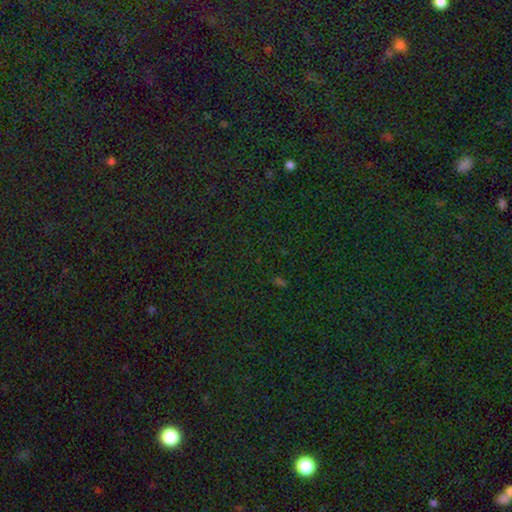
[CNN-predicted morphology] smooth-or-featured: star or artifact: 82% | smooth: 12% | featured or disk: 6%